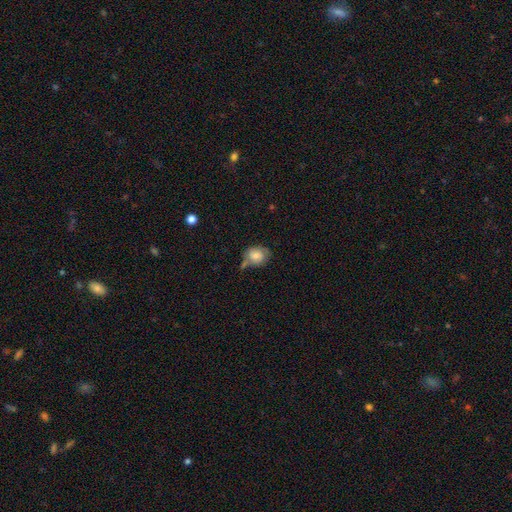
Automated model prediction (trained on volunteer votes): smooth 77%, featured or disk 15%, star or artifact 8%. Down the decision tree: how rounded — round (57%); merging — none (48%).